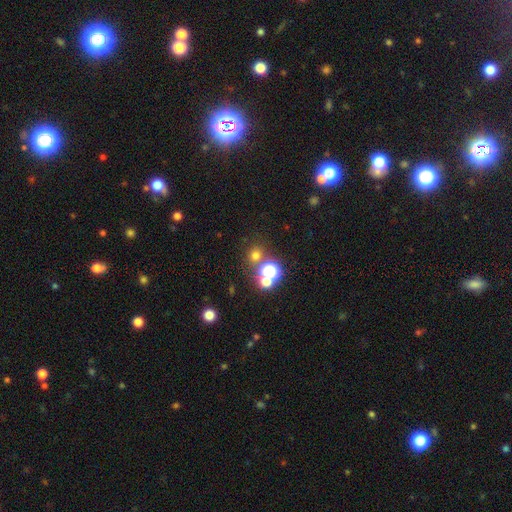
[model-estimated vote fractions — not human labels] Smooth or featured: smooth — 62% (star or artifact — 31%)
How rounded: round — 88% (in between — 11%)
Merging: none — 72% (merger — 16%)